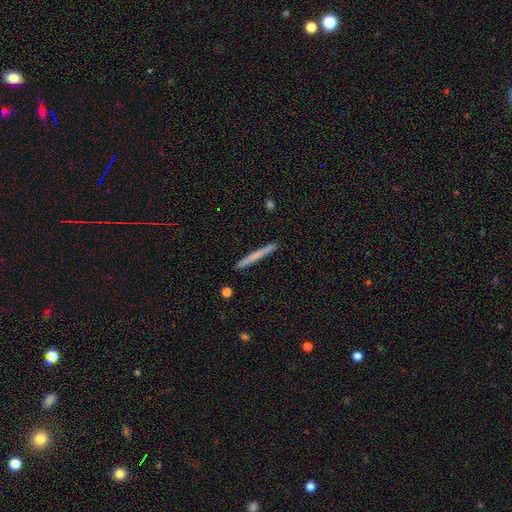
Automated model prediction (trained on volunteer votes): Overall: smooth (64%; featured or disk 31%). How rounded: cigar-shaped (97%). Merging: none (91%).